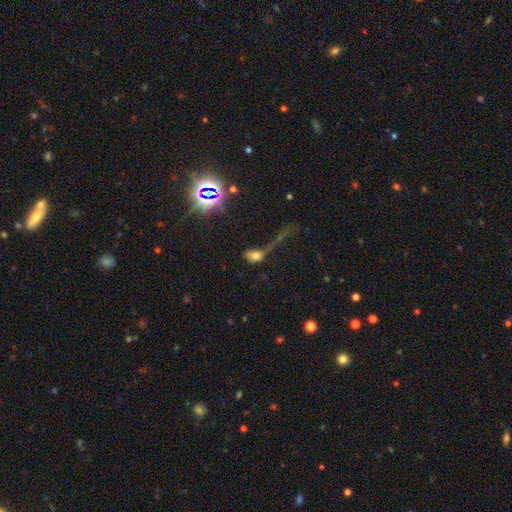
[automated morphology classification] A smooth galaxy with no disk features (57%) that is in between round and cigar-shaped (74%).

Vote fractions:
- Smooth or featured? smooth: 57% / featured or disk: 25% / star or artifact: 18%
- How rounded? in between: 74% / round: 18% / cigar-shaped: 7%
- Merging? major disturbance: 52% / none: 19% / minor disturbance: 14% / merger: 14%